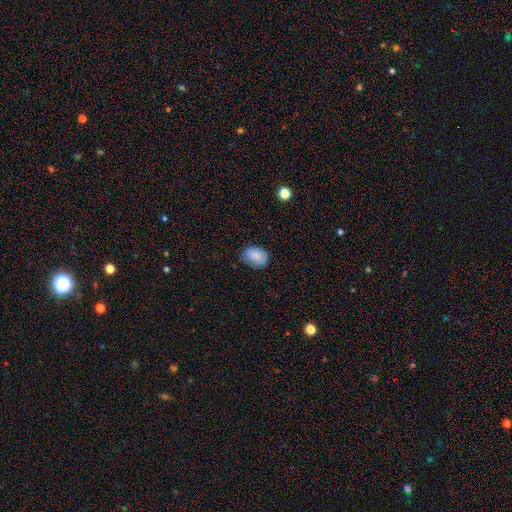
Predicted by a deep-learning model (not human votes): Morphology: type=smooth (87%); roundness=in between (74%); merging=none (74%).